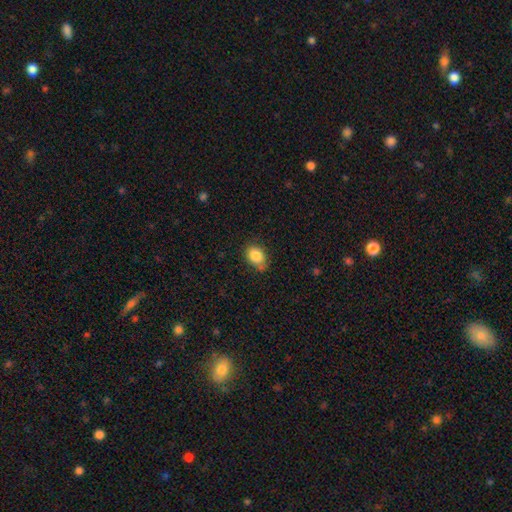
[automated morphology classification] Overall: smooth (85%). How rounded: in between (67%; round 32%). Merging: none (69%).